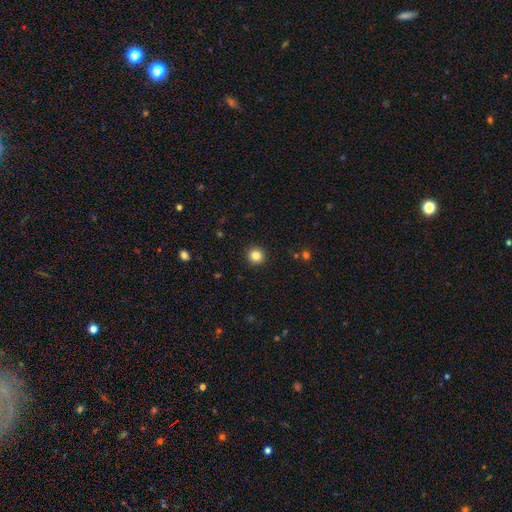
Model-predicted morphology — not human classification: smooth_or_featured: smooth (p=0.84) [alt: star or artifact p=0.11]
how_rounded: round (p=0.95) [alt: in between p=0.04]
merging: none (p=0.93) [alt: minor disturbance p=0.05]